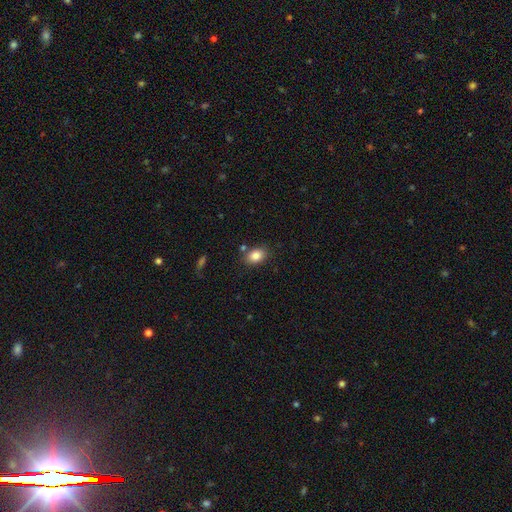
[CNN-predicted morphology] This appears to be a smooth galaxy with no disk features (85%) that is in between round and cigar-shaped (78%). Merging: none (79%).